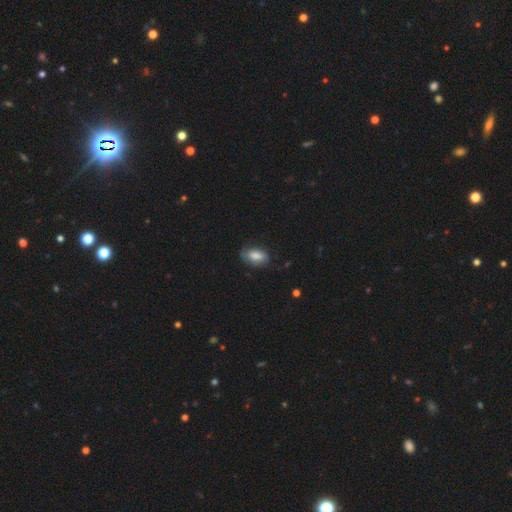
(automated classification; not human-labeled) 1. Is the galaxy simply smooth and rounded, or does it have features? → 76% smooth, 16% featured or disk, 7% star or artifact.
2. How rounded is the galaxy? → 89% in between, 6% round, 5% cigar-shaped.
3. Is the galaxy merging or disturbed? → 67% none, 25% minor disturbance, 6% major disturbance, 1% merger.